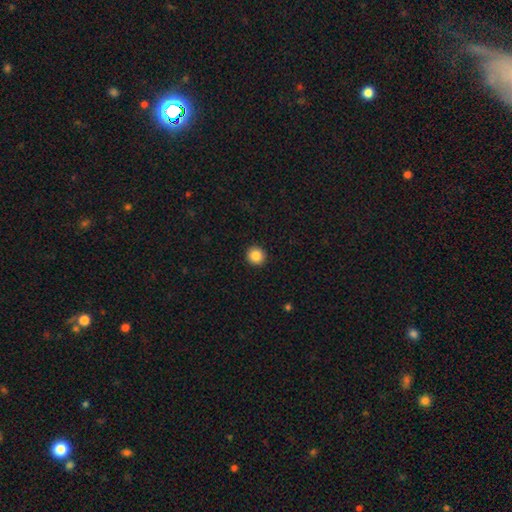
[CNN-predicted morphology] A smooth galaxy with no disk features (86%) that is round (94%). Merging: none (94%).